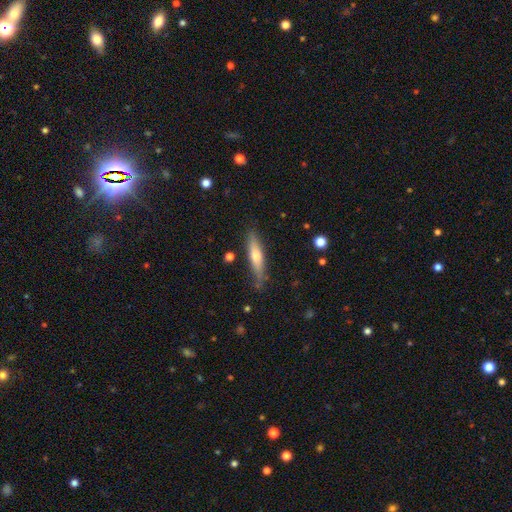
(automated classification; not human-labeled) Smooth or featured: smooth — 54% (featured or disk — 40%)
How rounded: cigar-shaped — 82% (in between — 16%)
Merging: none — 79% (minor disturbance — 15%)